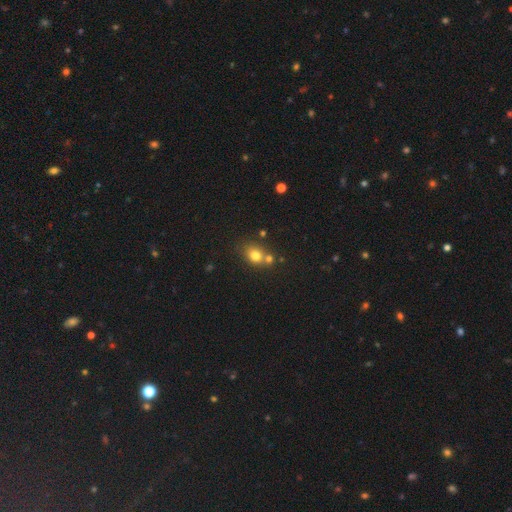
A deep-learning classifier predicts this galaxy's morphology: smooth_or_featured: smooth (p=0.77) [alt: star or artifact p=0.13]
how_rounded: round (p=0.58) [alt: in between p=0.41]
merging: none (p=0.54) [alt: merger p=0.31]